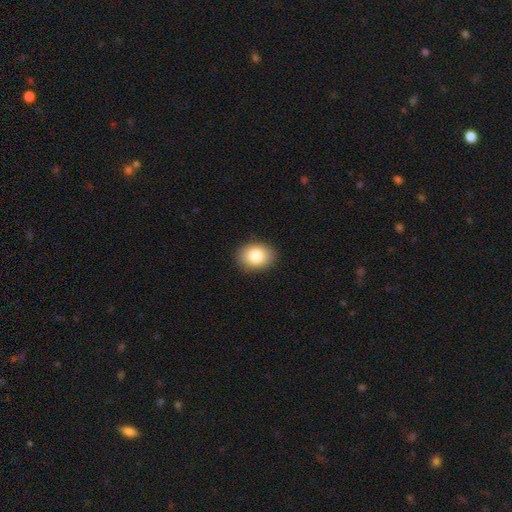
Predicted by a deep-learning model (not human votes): Smooth or featured?
  - smooth: 84% *
  - featured or disk: 8%
  - star or artifact: 8%
How rounded?
  - in between: 65% *
  - round: 34%
  - cigar-shaped: 1%
Merging?
  - none: 90% *
  - minor disturbance: 8%
  - major disturbance: 2%
  - merger: 1%